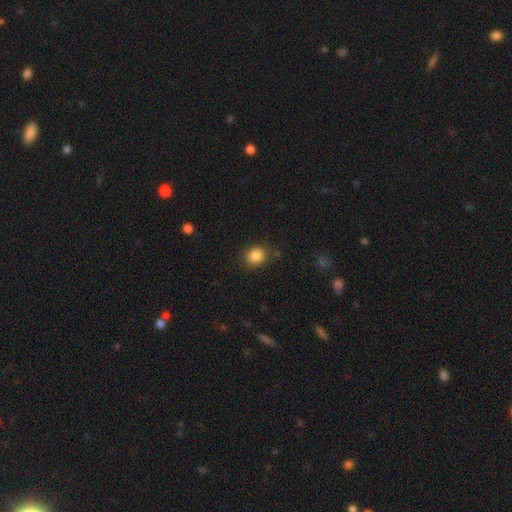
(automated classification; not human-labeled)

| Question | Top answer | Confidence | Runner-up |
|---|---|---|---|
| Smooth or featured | smooth | 85% | star or artifact (10%) |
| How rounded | round | 71% | in between (28%) |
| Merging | none | 84% | minor disturbance (11%) |